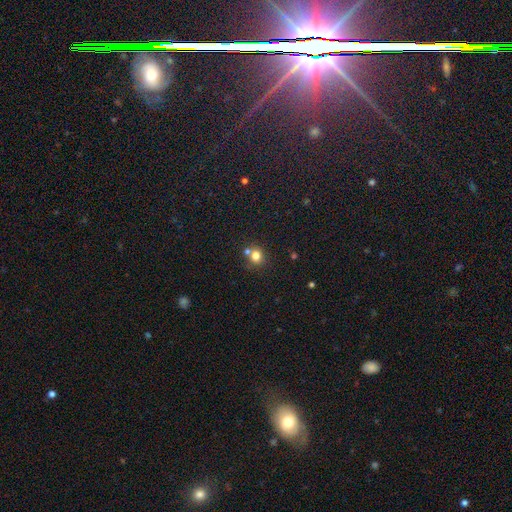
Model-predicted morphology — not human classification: A smooth galaxy with no disk features (77%) that is round (84%). Merging: none (60%).